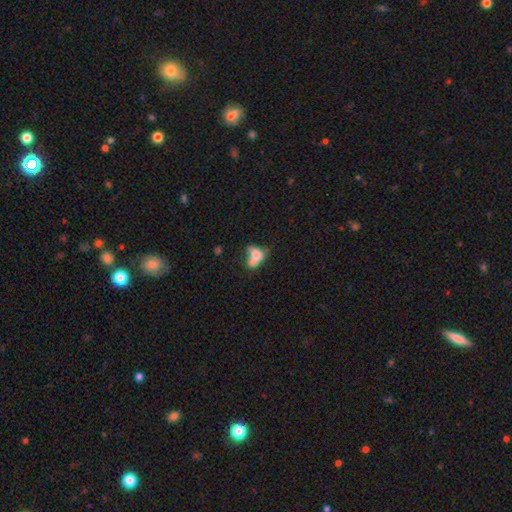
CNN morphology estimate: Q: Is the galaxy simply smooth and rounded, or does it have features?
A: smooth — 64%.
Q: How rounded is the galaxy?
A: in between — 75%.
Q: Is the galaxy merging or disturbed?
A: merger — 45%.